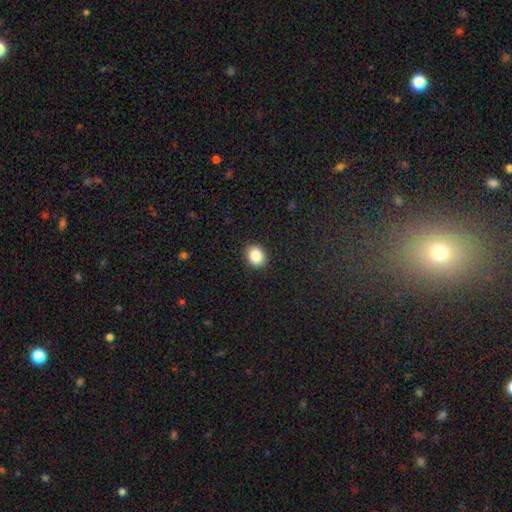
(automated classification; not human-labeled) This appears to be a smooth galaxy with no disk features (87%) that is round (58%). Merging: none (91%).